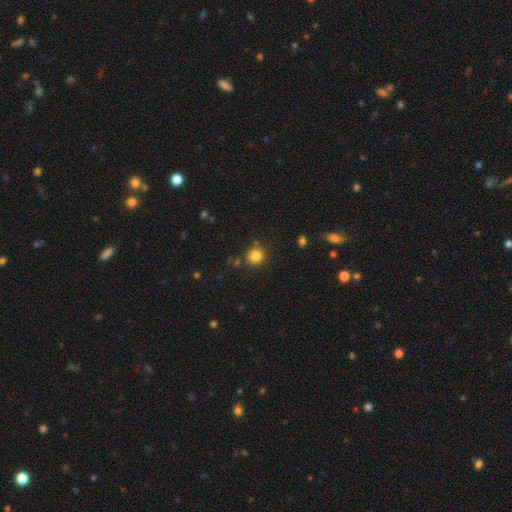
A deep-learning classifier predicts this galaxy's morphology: Q: Smooth or featured?
A: smooth (82%); runner-up: star or artifact (12%)
Q: How rounded?
A: round (91%); runner-up: in between (8%)
Q: Merging?
A: none (84%); runner-up: minor disturbance (9%)